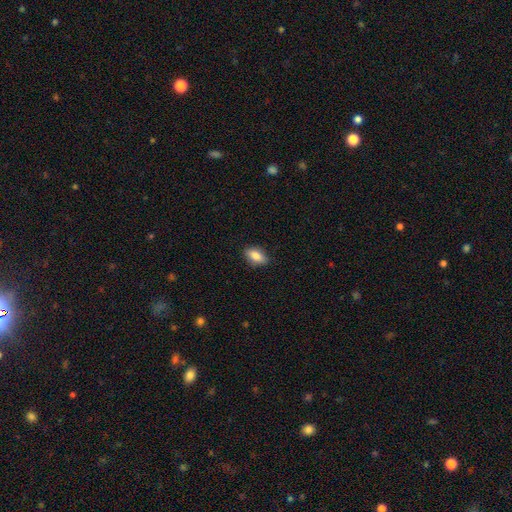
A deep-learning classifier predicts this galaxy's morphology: smooth 82%, featured or disk 11%, star or artifact 7%. Down the decision tree: how rounded — in between (86%); merging — none (84%).